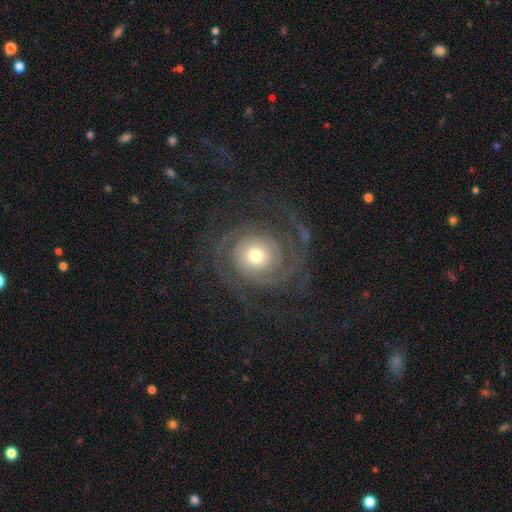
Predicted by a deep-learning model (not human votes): Q: Smooth or featured?
A: featured or disk (86%); runner-up: smooth (8%)
Q: Edge-on disk?
A: no (98%); runner-up: yes (2%)
Q: Bar?
A: no (78%); runner-up: weak (16%)
Q: Spiral arms?
A: yes (96%); runner-up: no (4%)
Q: Spiral winding?
A: tight (61%); runner-up: medium (29%)
Q: Spiral arm count?
A: 2 (67%); runner-up: can't tell (10%)
Q: Bulge size?
A: moderate (59%); runner-up: small (25%)
Q: Merging?
A: none (72%); runner-up: major disturbance (14%)